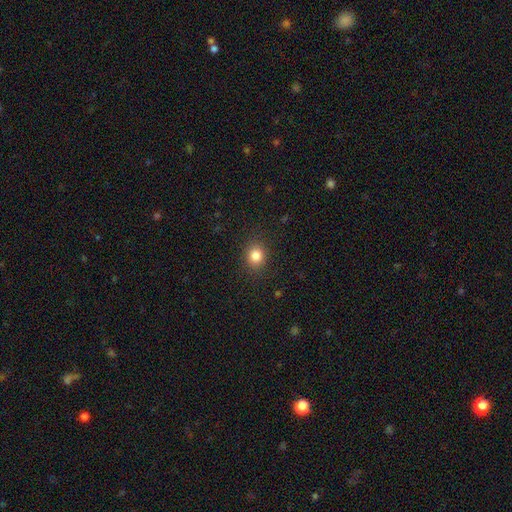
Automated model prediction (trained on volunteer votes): This is clearly a smooth galaxy (84%). How rounded: likely round (75%). Merging: clearly none (89%).